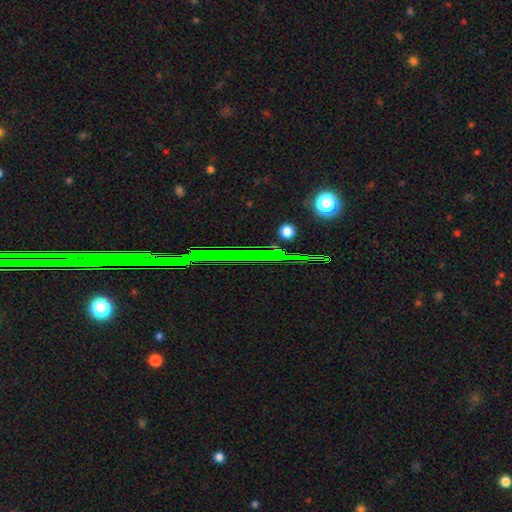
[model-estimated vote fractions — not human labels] The model was most divided on "smooth or featured": star or artifact: 69%, featured or disk: 17%, smooth: 13%.